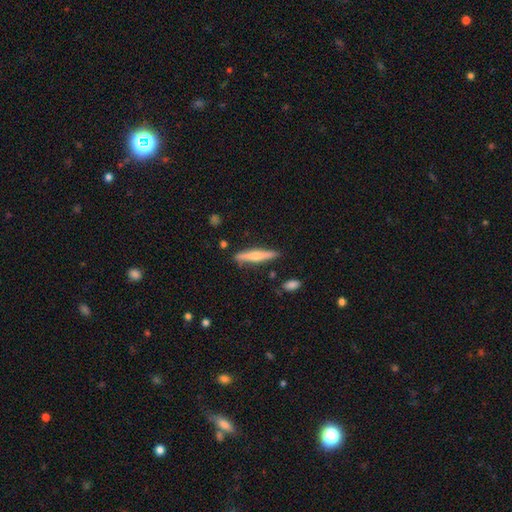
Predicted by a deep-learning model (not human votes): Morphology: type=featured or disk (48%); merging=none (85%).